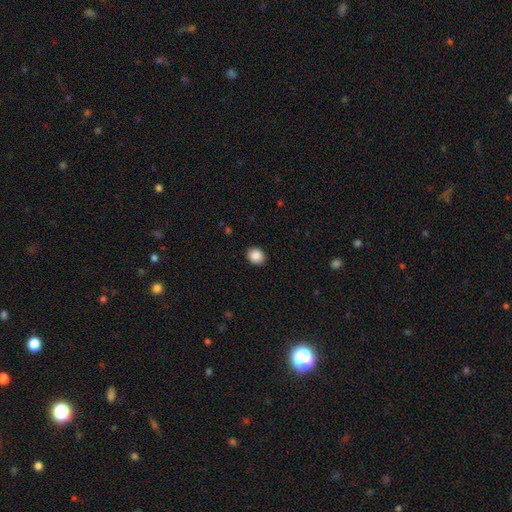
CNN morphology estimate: Q: Smooth or featured?
A: smooth (88%); runner-up: star or artifact (8%)
Q: How rounded?
A: round (59%); runner-up: in between (40%)
Q: Merging?
A: none (90%); runner-up: minor disturbance (7%)